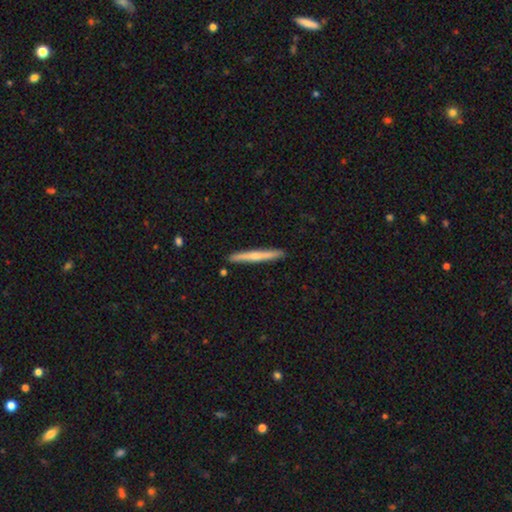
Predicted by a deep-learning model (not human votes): Smooth or featured? featured or disk (50%)
Edge-on disk? yes (97%)
Merging? none (91%)